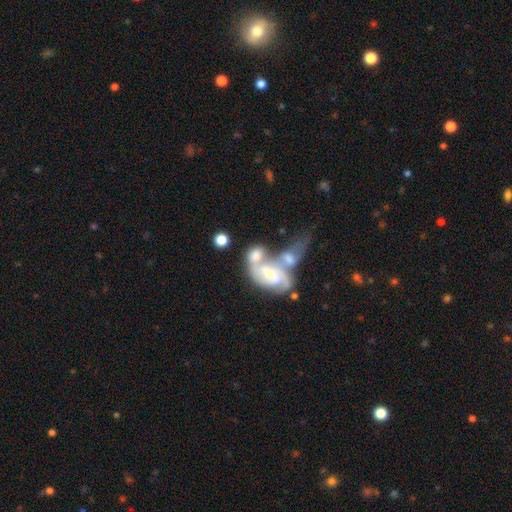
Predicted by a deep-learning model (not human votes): This is possibly a featured or disk galaxy (59%). It is clearly not viewed edge-on (95%). Bar: possibly no (55%). Spiral arm pattern: likely yes (80%). Central bulge: possibly small (47%). Merging: likely merger (69%).